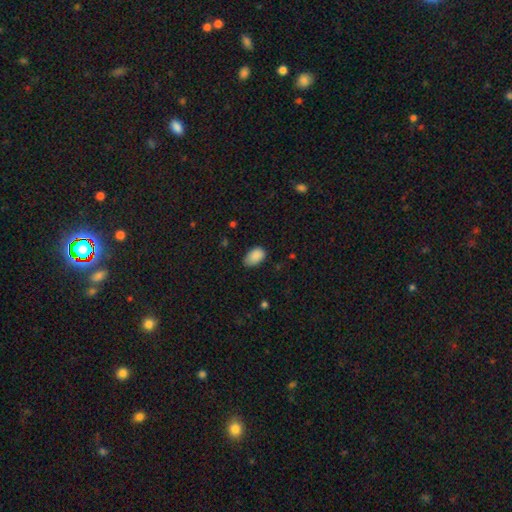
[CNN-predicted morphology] This appears to be a smooth galaxy with no disk features (88%) that is in between round and cigar-shaped (91%). Merging: none (66%).